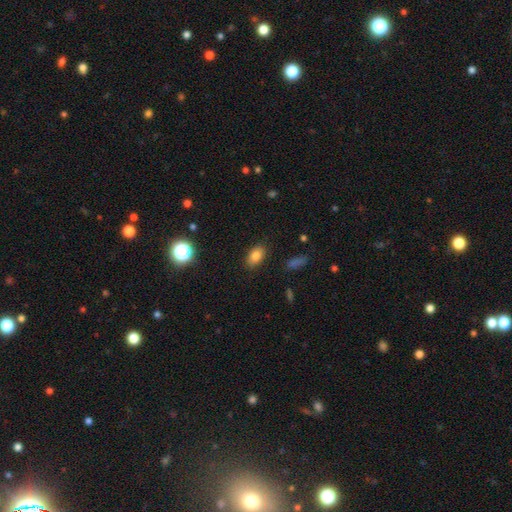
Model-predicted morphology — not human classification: A smooth galaxy with no disk features (82%) that is in between round and cigar-shaped (88%). Merging: none (87%).